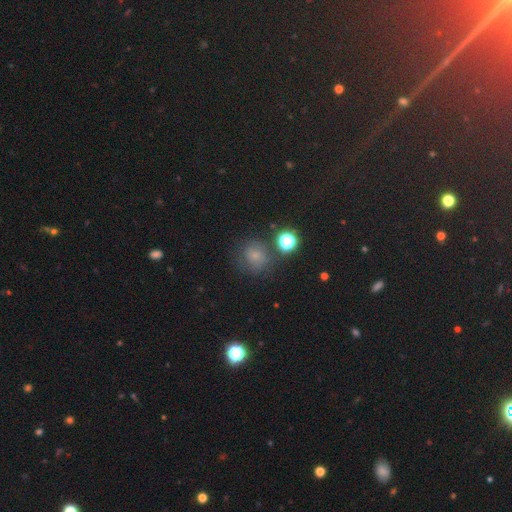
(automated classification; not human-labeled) Morphology: type=smooth (64%); roundness=round (84%); merging=none (69%).